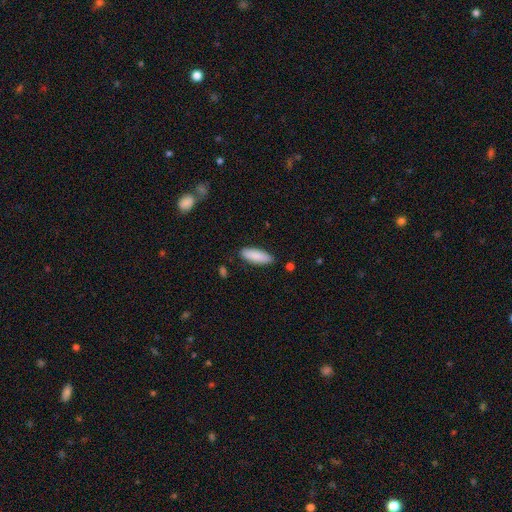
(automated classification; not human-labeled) Smooth or featured?
  - smooth: 88% *
  - featured or disk: 6%
  - star or artifact: 6%
How rounded?
  - in between: 65% *
  - cigar-shaped: 34%
  - round: 1%
Merging?
  - none: 84% *
  - minor disturbance: 12%
  - major disturbance: 2%
  - merger: 2%